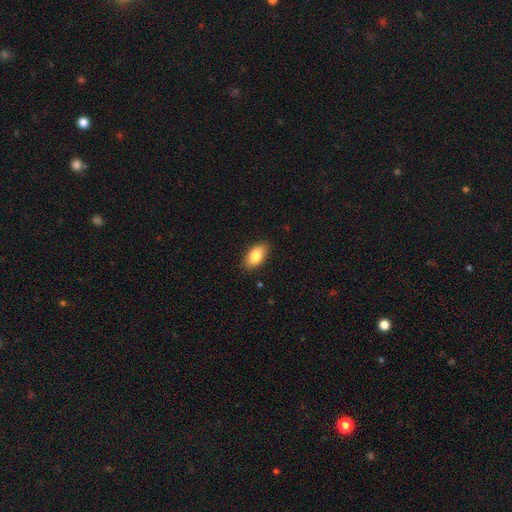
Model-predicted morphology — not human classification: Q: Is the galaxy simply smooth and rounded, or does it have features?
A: smooth — 84%.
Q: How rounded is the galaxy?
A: in between — 93%.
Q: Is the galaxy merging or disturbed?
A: none — 88%.